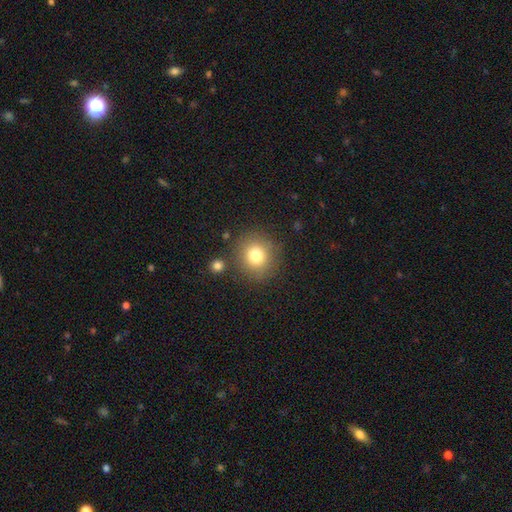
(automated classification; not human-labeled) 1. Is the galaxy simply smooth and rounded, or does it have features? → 78% smooth, 12% star or artifact, 10% featured or disk.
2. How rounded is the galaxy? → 90% round, 9% in between, 1% cigar-shaped.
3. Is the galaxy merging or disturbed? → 83% none, 9% minor disturbance, 5% merger, 4% major disturbance.